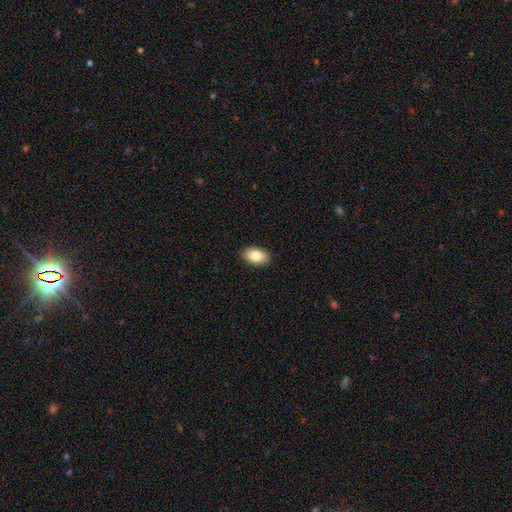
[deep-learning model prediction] This is clearly a smooth galaxy (84%). How rounded: clearly in between (94%). Merging: clearly none (90%).